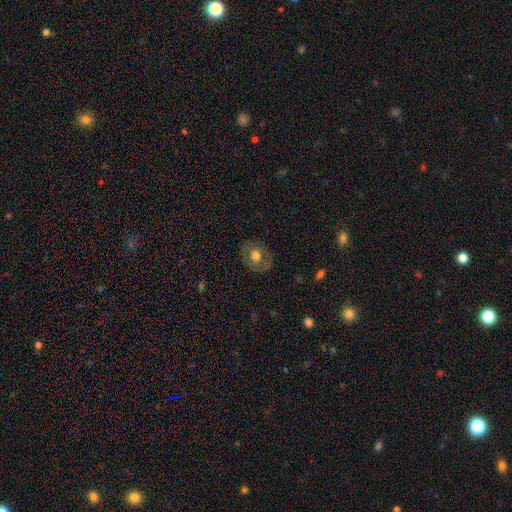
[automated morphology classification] smooth 54%, featured or disk 38%, star or artifact 8%. Down the decision tree: how rounded — round (62%); merging — none (80%).